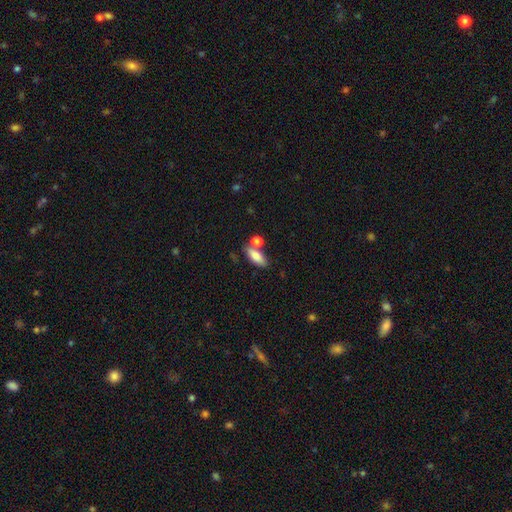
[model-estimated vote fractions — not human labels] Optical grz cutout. It shows a smooth galaxy with no disk features (80%) that is in between round and cigar-shaped (77%). Merging: none (54%).